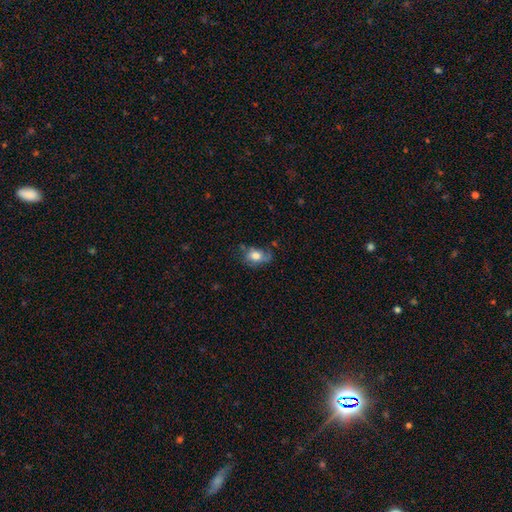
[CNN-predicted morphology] smooth-or-featured: smooth: 67% | featured or disk: 24% | star or artifact: 9%
  how-rounded: in between: 74% | round: 24% | cigar-shaped: 2%
  merging: none: 48% | minor disturbance: 32% | major disturbance: 16% | merger: 4%